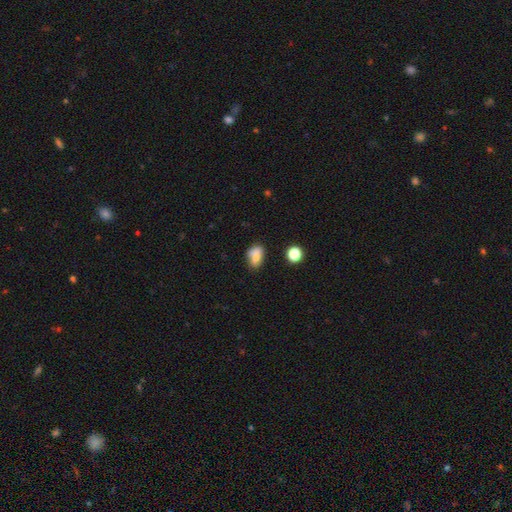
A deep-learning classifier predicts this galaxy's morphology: smooth-or-featured: smooth: 72% | featured or disk: 17% | star or artifact: 11%
  how-rounded: in between: 78% | round: 19% | cigar-shaped: 4%
  merging: none: 52% | minor disturbance: 23% | merger: 18% | major disturbance: 7%